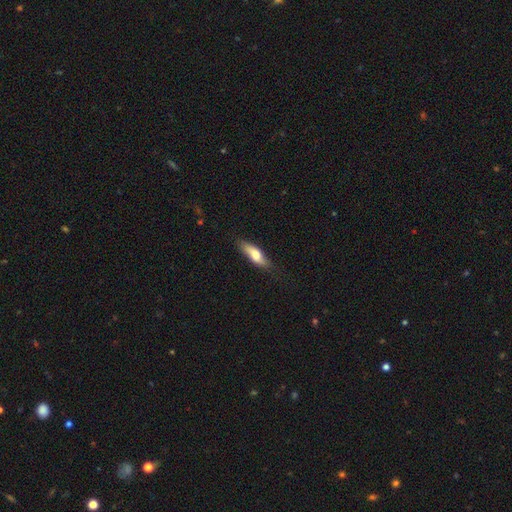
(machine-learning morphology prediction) A smooth galaxy with no disk features (63%) that is cigar-shaped (49%). Merging: none (75%).